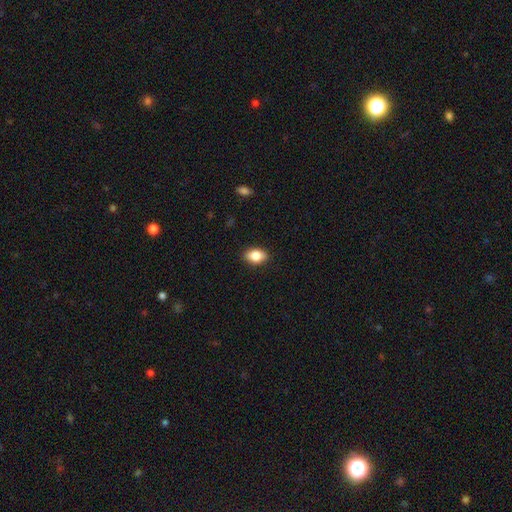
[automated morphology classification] smooth_or_featured: smooth (p=0.84) [alt: featured or disk p=0.09]
how_rounded: in between (p=0.85) [alt: round p=0.12]
merging: none (p=0.89) [alt: minor disturbance p=0.08]